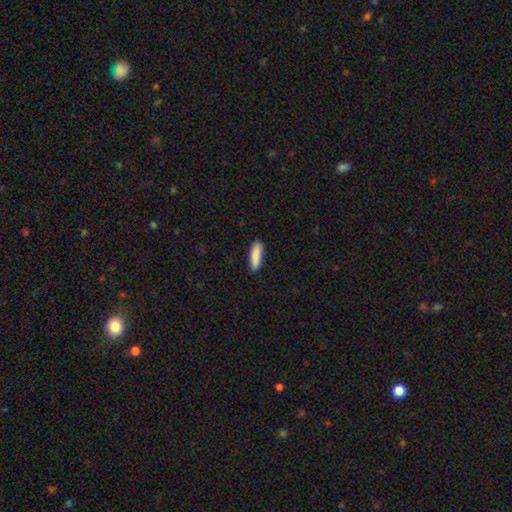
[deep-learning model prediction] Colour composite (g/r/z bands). It shows a smooth galaxy with no disk features (89%) that is cigar-shaped (62%). Merging: none (88%).